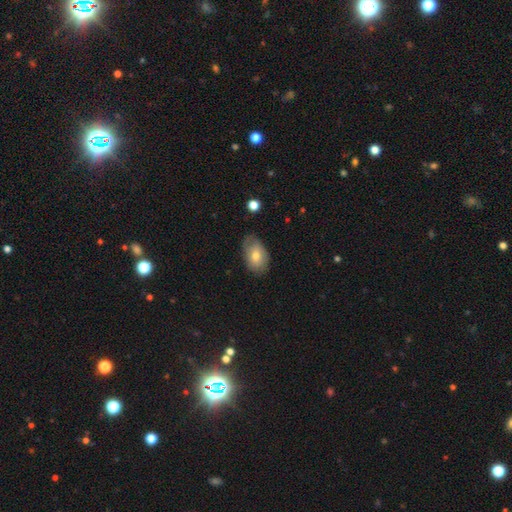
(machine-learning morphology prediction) smooth_or_featured: smooth (p=0.70) [alt: featured or disk p=0.23]
how_rounded: in between (p=0.90) [alt: round p=0.09]
merging: none (p=0.69) [alt: minor disturbance p=0.24]